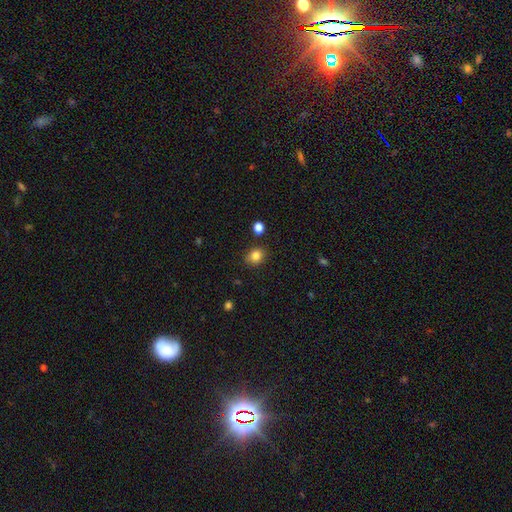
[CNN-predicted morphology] The model was most divided on "how rounded": round: 64%, in between: 35%, cigar-shaped: 1%. More confident: smooth or featured — smooth (84%); merging — none (83%).